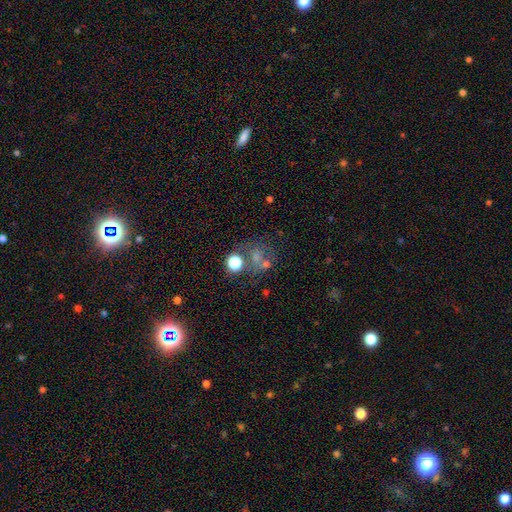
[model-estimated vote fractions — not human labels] Morphology: type=smooth (43%); merging=none (53%).